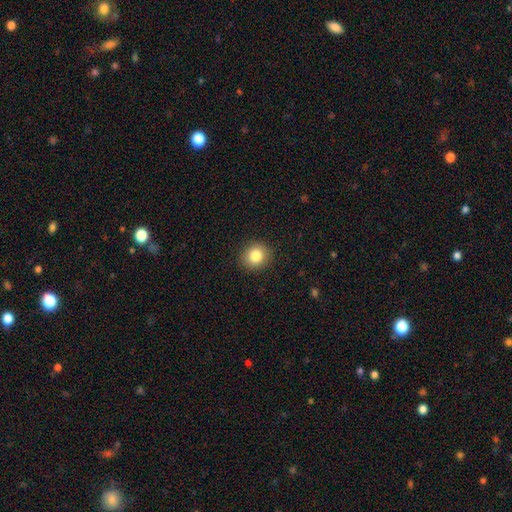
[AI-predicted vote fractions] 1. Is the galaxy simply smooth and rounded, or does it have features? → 84% smooth, 10% star or artifact, 7% featured or disk.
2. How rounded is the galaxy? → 84% round, 15% in between, 1% cigar-shaped.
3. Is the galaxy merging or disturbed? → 90% none, 7% minor disturbance, 2% major disturbance, 1% merger.